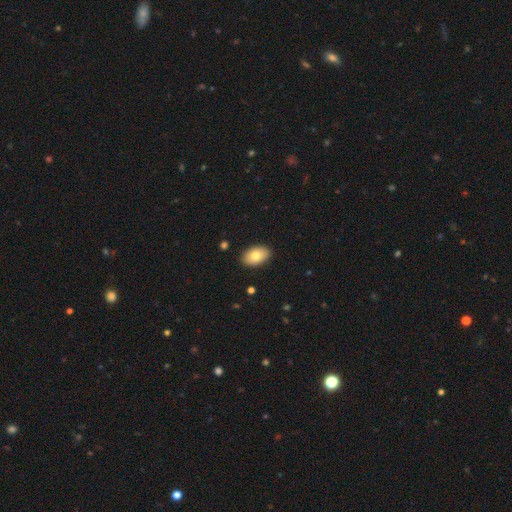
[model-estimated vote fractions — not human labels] smooth-or-featured: smooth: 79% | featured or disk: 14% | star or artifact: 7%
  how-rounded: in between: 91% | round: 7% | cigar-shaped: 1%
  merging: none: 89% | minor disturbance: 8% | major disturbance: 2% | merger: 1%